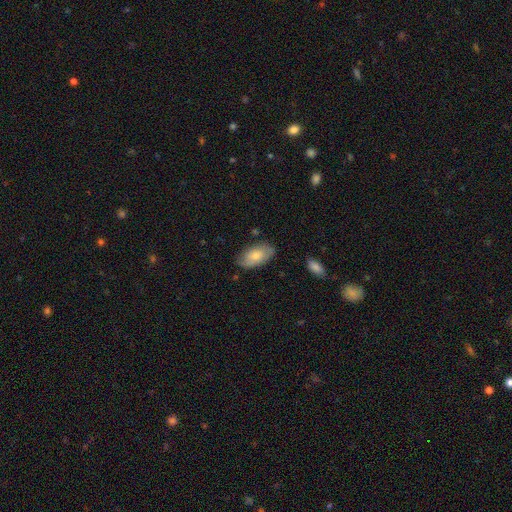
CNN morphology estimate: type=smooth (69%); roundness=in between (94%); merging=none (75%).